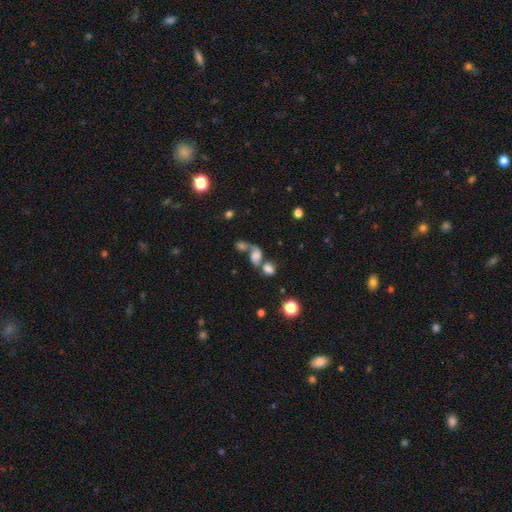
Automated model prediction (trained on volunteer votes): A smooth galaxy with no disk features (54%) that is in between round and cigar-shaped (56%).

Vote fractions:
- Smooth or featured? smooth: 54% / featured or disk: 29% / star or artifact: 17%
- How rounded? in between: 56% / round: 41% / cigar-shaped: 3%
- Merging? merger: 59% / none: 19% / major disturbance: 13% / minor disturbance: 9%